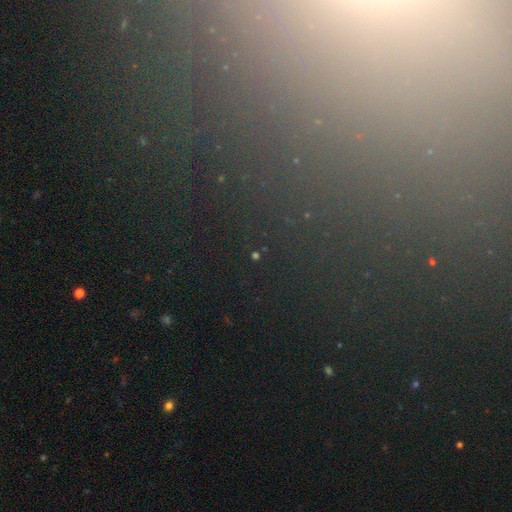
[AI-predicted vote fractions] Smooth or featured: star or artifact — 72% (smooth — 18%)